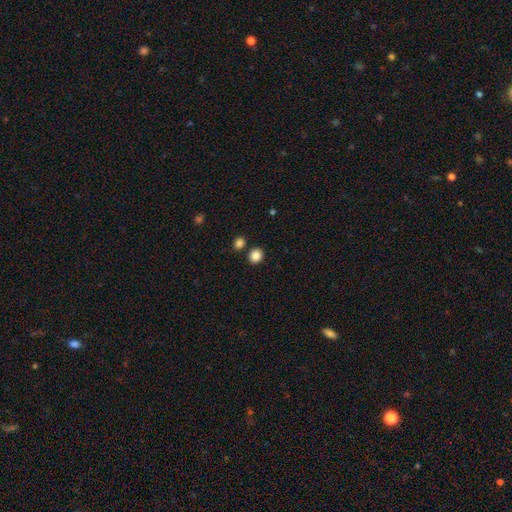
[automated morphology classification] Q: Smooth or featured?
A: smooth (86%); runner-up: star or artifact (10%)
Q: How rounded?
A: round (76%); runner-up: in between (23%)
Q: Merging?
A: none (83%); runner-up: merger (8%)